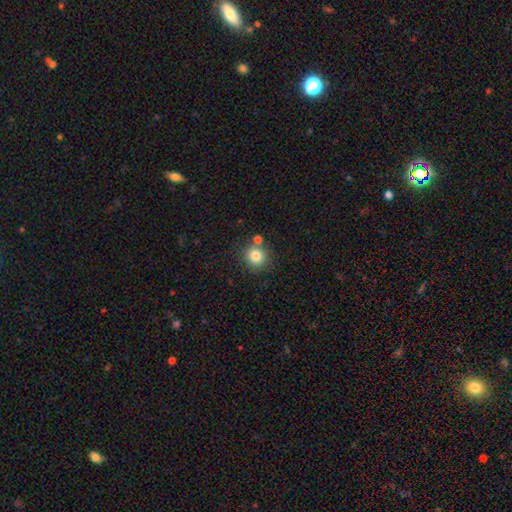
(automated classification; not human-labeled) A smooth galaxy with no disk features (81%) that is round (91%). Merging: none (73%).